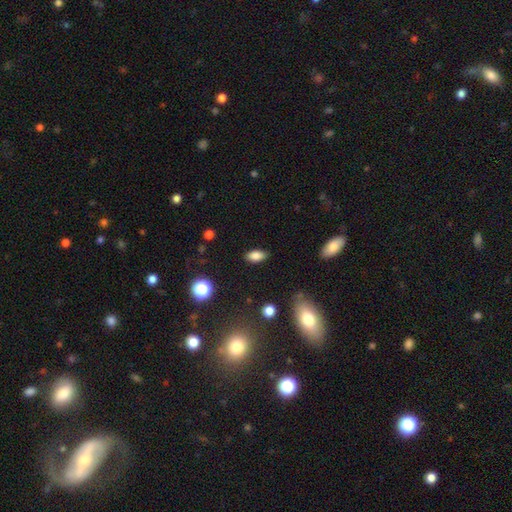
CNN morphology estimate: Smooth or featured? Predicted: smooth (p=0.84). How rounded? Predicted: in between (p=0.89). Merging? Predicted: none (p=0.86).